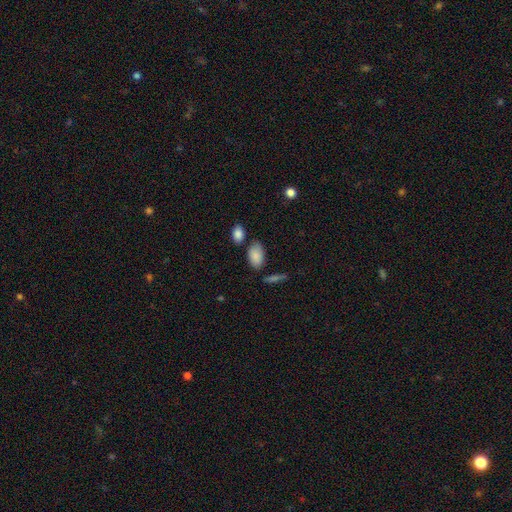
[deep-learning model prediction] Overall: smooth (87%). How rounded: in between (93%). Merging: none (71%).